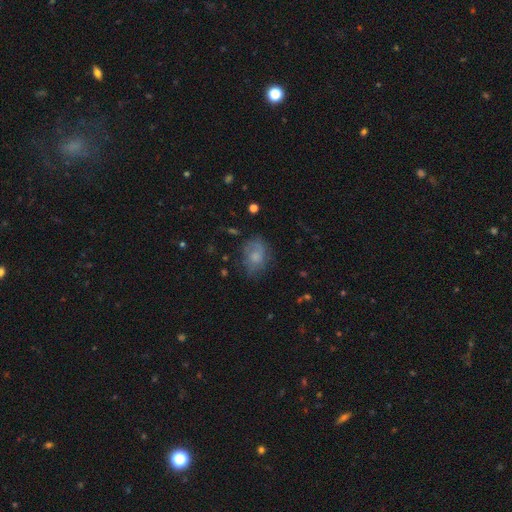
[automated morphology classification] smooth 59%, featured or disk 30%, star or artifact 11%. Down the decision tree: how rounded — in between (64%); merging — none (57%).